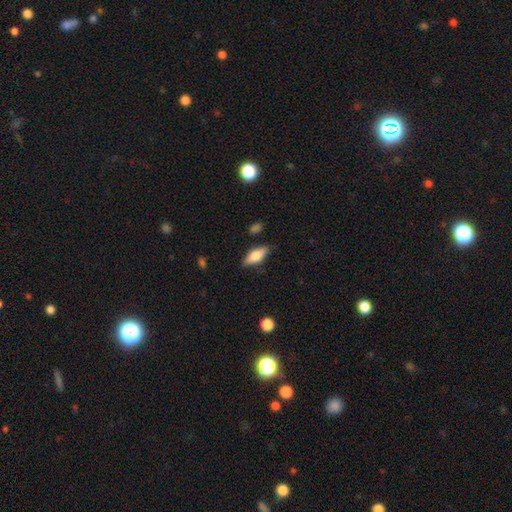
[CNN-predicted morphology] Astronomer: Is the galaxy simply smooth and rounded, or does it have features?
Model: smooth — 60%.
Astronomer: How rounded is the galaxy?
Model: in between — 73%.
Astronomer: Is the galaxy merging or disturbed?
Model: none — 82%.